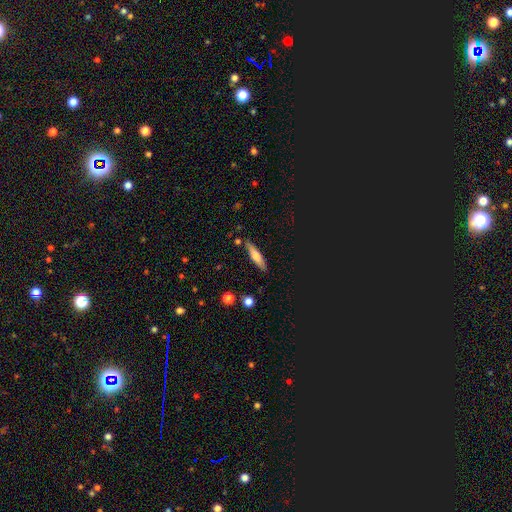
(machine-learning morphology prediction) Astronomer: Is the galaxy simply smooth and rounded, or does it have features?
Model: smooth — 54% (runner-up: featured or disk, 38%).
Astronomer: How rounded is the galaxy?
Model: cigar-shaped — 77%.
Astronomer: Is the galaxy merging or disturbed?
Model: none — 84%.